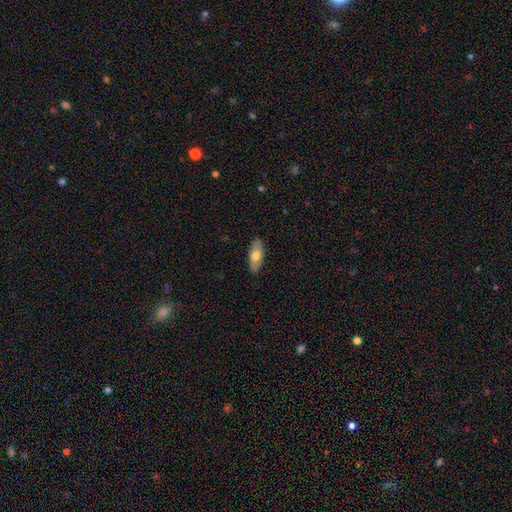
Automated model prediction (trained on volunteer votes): This is likely a smooth galaxy (67%). How rounded: clearly in between (81%). Merging: clearly none (88%).